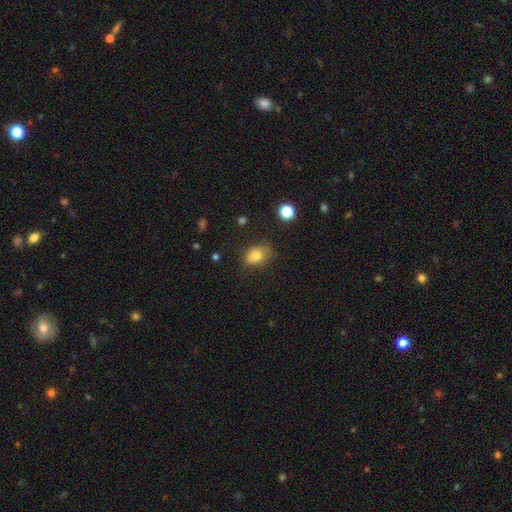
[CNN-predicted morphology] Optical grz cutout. It shows a smooth galaxy with no disk features (76%) that is in between round and cigar-shaped (69%). Merging: none (66%).